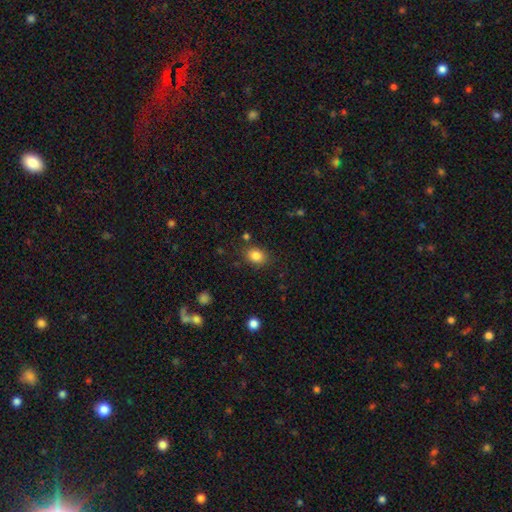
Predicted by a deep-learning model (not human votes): Smooth or featured?
  - smooth: 84% *
  - star or artifact: 10%
  - featured or disk: 6%
How rounded?
  - in between: 56% *
  - round: 43%
  - cigar-shaped: 1%
Merging?
  - none: 82% *
  - minor disturbance: 11%
  - major disturbance: 3%
  - merger: 3%